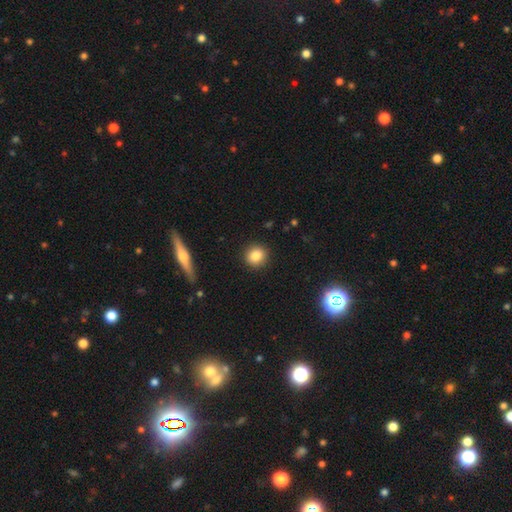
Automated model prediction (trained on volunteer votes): A smooth galaxy with no disk features (85%) that is round (89%). Merging: none (91%).